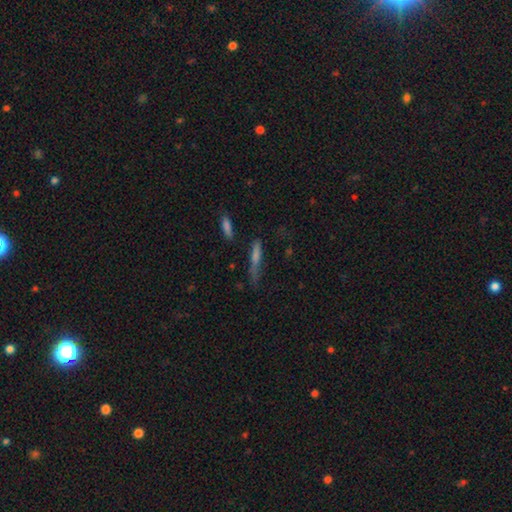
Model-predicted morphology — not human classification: type=smooth (53%); roundness=cigar-shaped (88%); merging=none (64%).